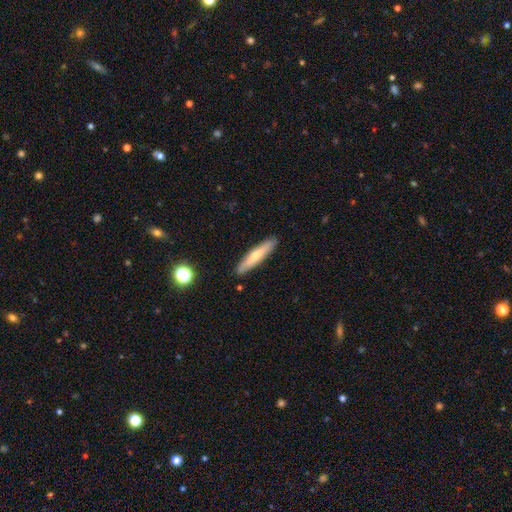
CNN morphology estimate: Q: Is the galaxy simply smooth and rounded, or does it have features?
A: smooth — 60%.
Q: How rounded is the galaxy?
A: cigar-shaped — 89%.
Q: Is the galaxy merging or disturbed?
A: none — 90%.